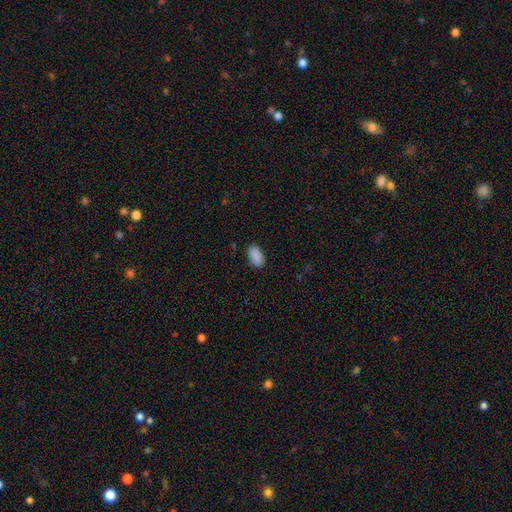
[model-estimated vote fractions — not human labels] smooth_or_featured: smooth (p=0.90) [alt: star or artifact p=0.07]
how_rounded: in between (p=0.94) [alt: round p=0.03]
merging: none (p=0.87) [alt: minor disturbance p=0.09]